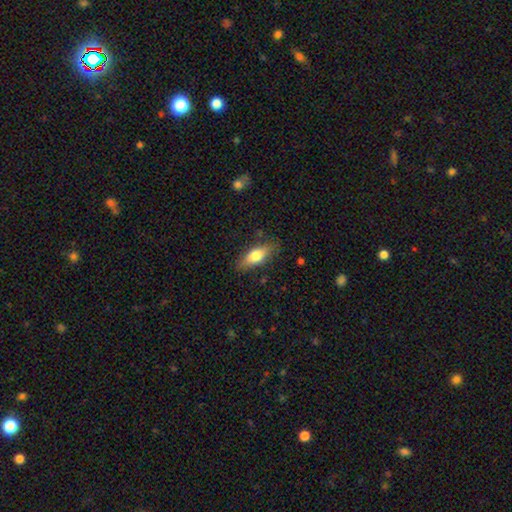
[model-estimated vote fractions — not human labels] A smooth galaxy with no disk features (70%) that is in between round and cigar-shaped (68%). Merging: none (82%).